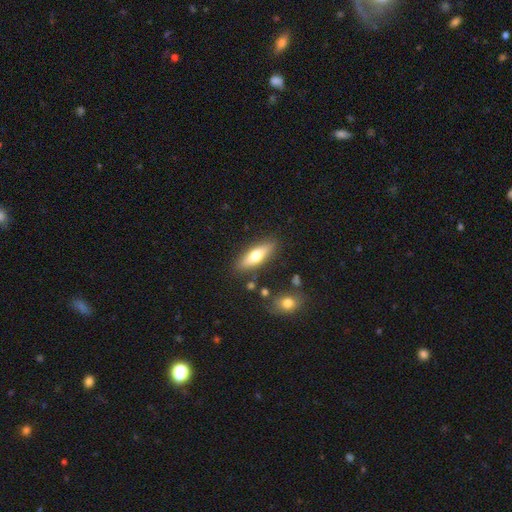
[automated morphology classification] smooth_or_featured: smooth (p=0.60) [alt: featured or disk p=0.34]
how_rounded: cigar-shaped (p=0.51) [alt: in between p=0.47]
merging: none (p=0.85) [alt: minor disturbance p=0.10]